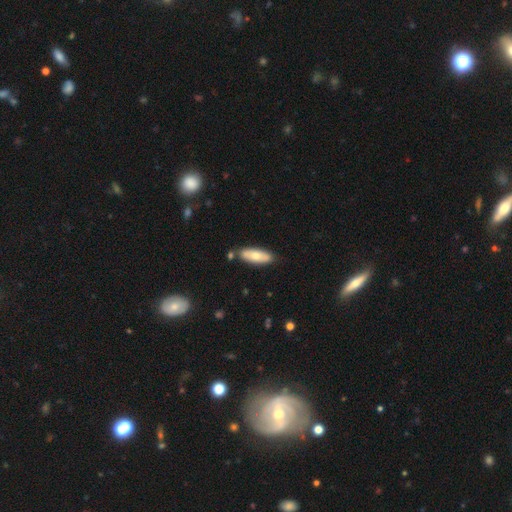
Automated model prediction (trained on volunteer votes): smooth 65%, featured or disk 29%, star or artifact 6%. Down the decision tree: how rounded — in between (64%); merging — none (79%).